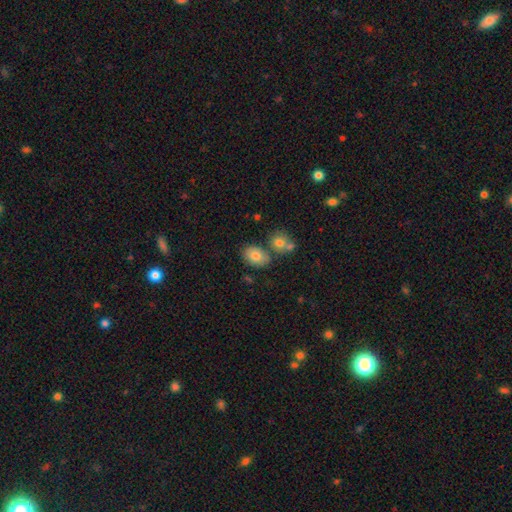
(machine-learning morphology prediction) smooth_or_featured: smooth (p=0.80) [alt: featured or disk p=0.12]
how_rounded: in between (p=0.82) [alt: round p=0.17]
merging: none (p=0.66) [alt: merger p=0.18]